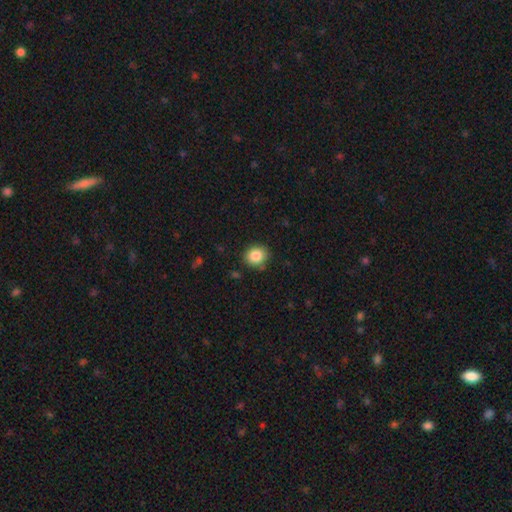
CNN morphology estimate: smooth-or-featured: smooth: 85% | star or artifact: 9% | featured or disk: 6%
  how-rounded: round: 79% | in between: 20% | cigar-shaped: 1%
  merging: none: 86% | minor disturbance: 10% | major disturbance: 2% | merger: 2%